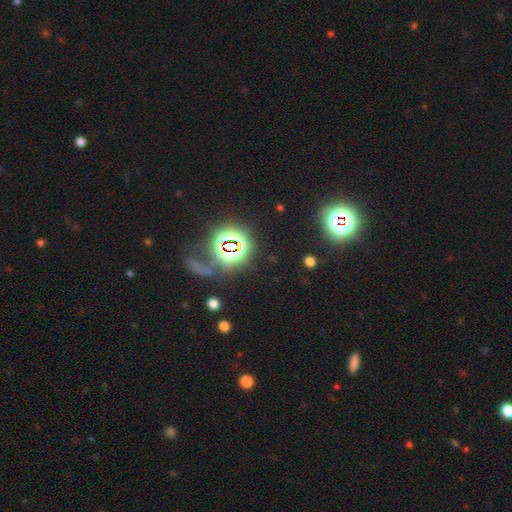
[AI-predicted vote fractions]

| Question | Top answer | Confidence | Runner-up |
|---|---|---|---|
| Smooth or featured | star or artifact | 80% | smooth (11%) |